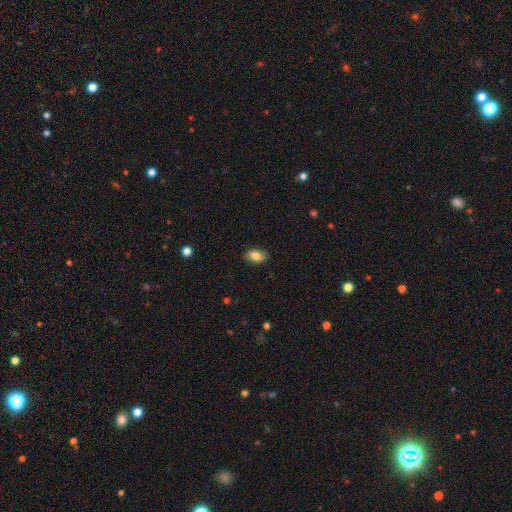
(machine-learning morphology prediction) Smooth or featured?
  - smooth: 85% *
  - star or artifact: 8%
  - featured or disk: 7%
How rounded?
  - in between: 87% *
  - round: 11%
  - cigar-shaped: 2%
Merging?
  - none: 87% *
  - minor disturbance: 10%
  - major disturbance: 2%
  - merger: 1%